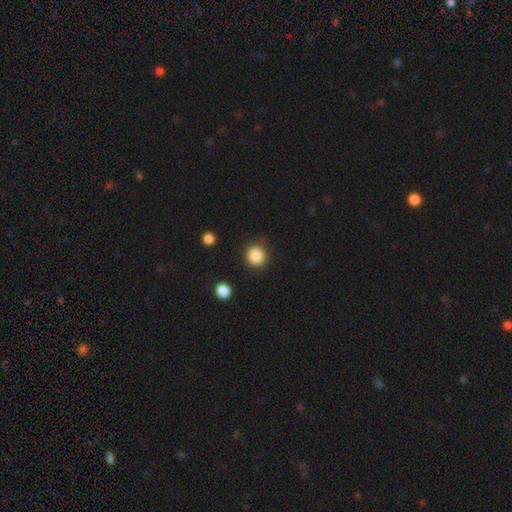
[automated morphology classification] smooth-or-featured: smooth: 87% | star or artifact: 10% | featured or disk: 4%
  how-rounded: round: 92% | in between: 7% | cigar-shaped: 1%
  merging: none: 87% | minor disturbance: 8% | major disturbance: 3% | merger: 2%